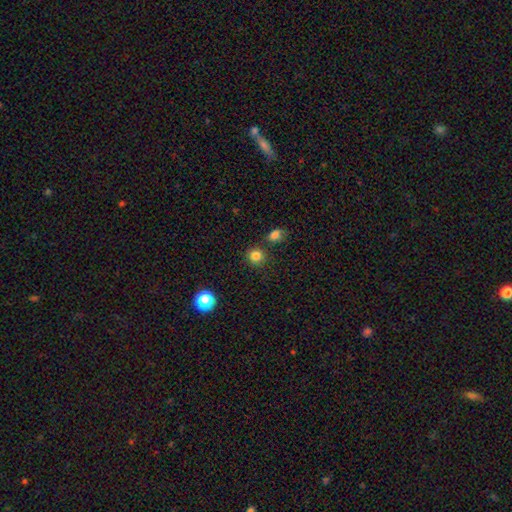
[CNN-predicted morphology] Q: Smooth or featured?
A: smooth (82%); runner-up: star or artifact (13%)
Q: How rounded?
A: round (91%); runner-up: in between (8%)
Q: Merging?
A: none (82%); runner-up: merger (8%)